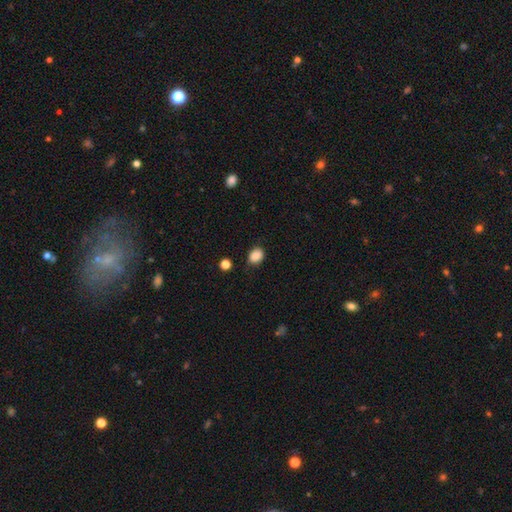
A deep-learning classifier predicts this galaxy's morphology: type=smooth (87%); roundness=in between (56%); merging=none (78%).